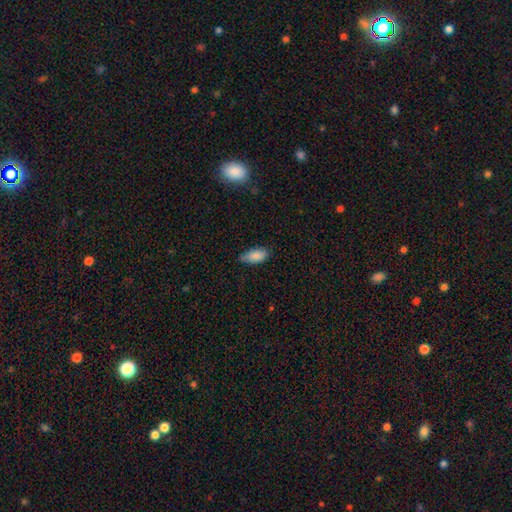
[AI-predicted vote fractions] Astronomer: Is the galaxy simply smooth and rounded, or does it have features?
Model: smooth — 87%.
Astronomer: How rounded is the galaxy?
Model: in between — 91%.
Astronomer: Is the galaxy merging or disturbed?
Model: none — 66%.